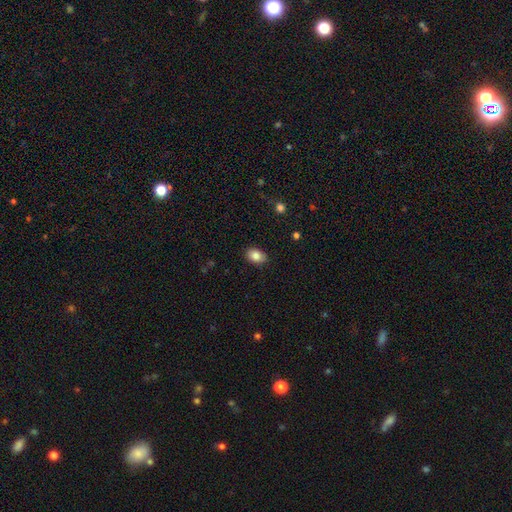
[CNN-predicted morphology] This appears to be a smooth galaxy with no disk features (85%) that is in between round and cigar-shaped (83%). Merging: none (86%).